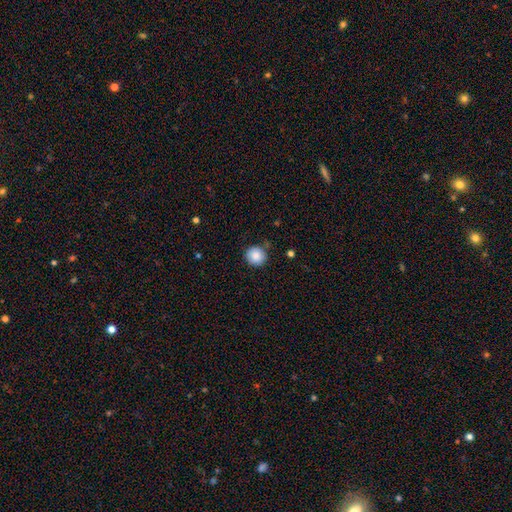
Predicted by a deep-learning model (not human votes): Q: Smooth or featured?
A: smooth (87%); runner-up: star or artifact (9%)
Q: How rounded?
A: round (93%); runner-up: in between (6%)
Q: Merging?
A: none (85%); runner-up: minor disturbance (10%)